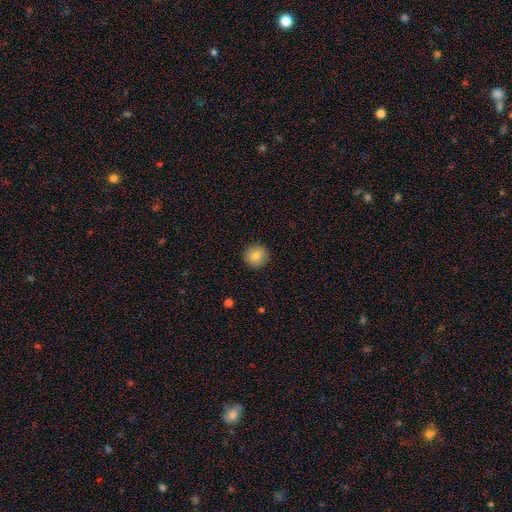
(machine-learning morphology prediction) This is clearly a smooth galaxy (82%). How rounded: clearly round (94%). Merging: clearly none (91%).